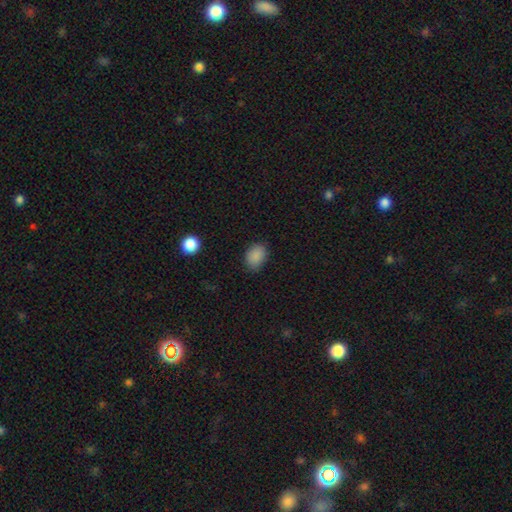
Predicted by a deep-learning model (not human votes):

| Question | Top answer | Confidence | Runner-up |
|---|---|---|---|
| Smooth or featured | smooth | 87% | star or artifact (9%) |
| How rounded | in between | 67% | round (32%) |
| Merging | none | 79% | minor disturbance (16%) |